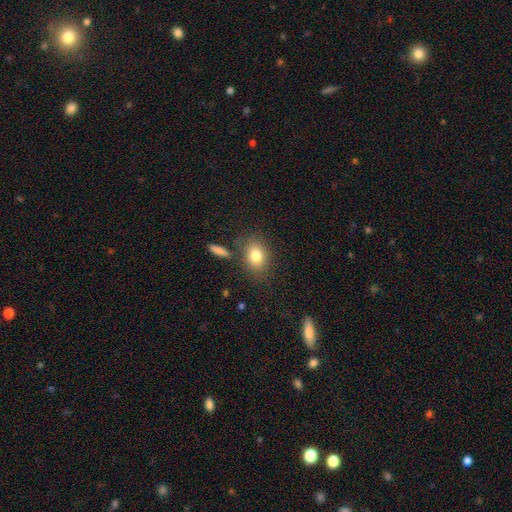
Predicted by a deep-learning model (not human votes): A smooth galaxy with no disk features (80%) that is in between round and cigar-shaped (67%).

Vote fractions:
- Smooth or featured? smooth: 80% / featured or disk: 11% / star or artifact: 10%
- How rounded? in between: 67% / round: 31% / cigar-shaped: 2%
- Merging? none: 77% / minor disturbance: 13% / merger: 6% / major disturbance: 4%